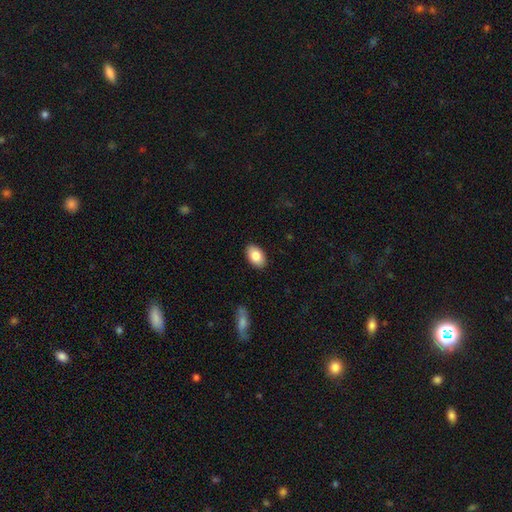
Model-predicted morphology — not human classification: A smooth galaxy with no disk features (85%) that is in between round and cigar-shaped (92%).

Vote fractions:
- Smooth or featured? smooth: 85% / featured or disk: 9% / star or artifact: 7%
- How rounded? in between: 92% / round: 6% / cigar-shaped: 1%
- Merging? none: 89% / minor disturbance: 8% / major disturbance: 2% / merger: 1%